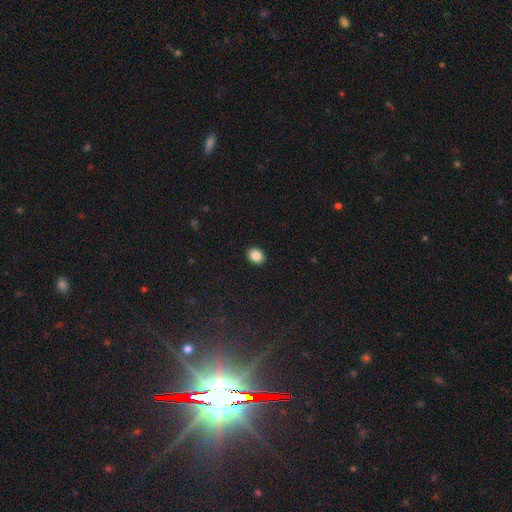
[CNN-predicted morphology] Smooth or featured?
  - smooth: 87% *
  - star or artifact: 9%
  - featured or disk: 4%
How rounded?
  - in between: 59% *
  - round: 40%
  - cigar-shaped: 1%
Merging?
  - none: 92% *
  - minor disturbance: 6%
  - major disturbance: 2%
  - merger: 1%